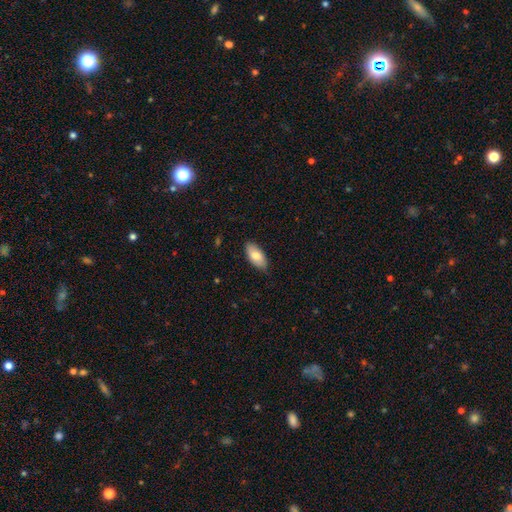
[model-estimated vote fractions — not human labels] Smooth or featured? Predicted: smooth (p=0.79). How rounded? Predicted: in between (p=0.91). Merging? Predicted: none (p=0.82).